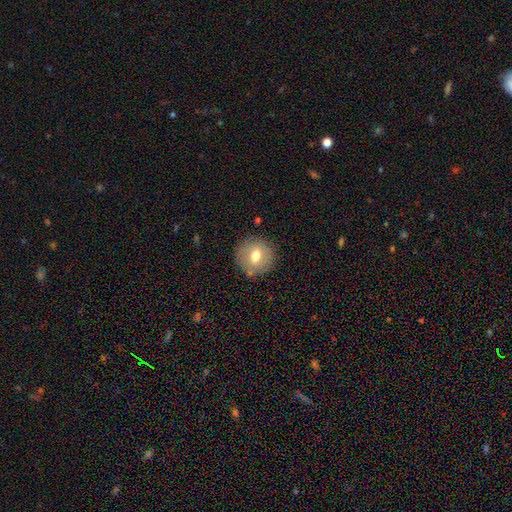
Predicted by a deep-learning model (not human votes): This appears to be a smooth galaxy with no disk features (67%) that is round (91%). Merging: none (83%).